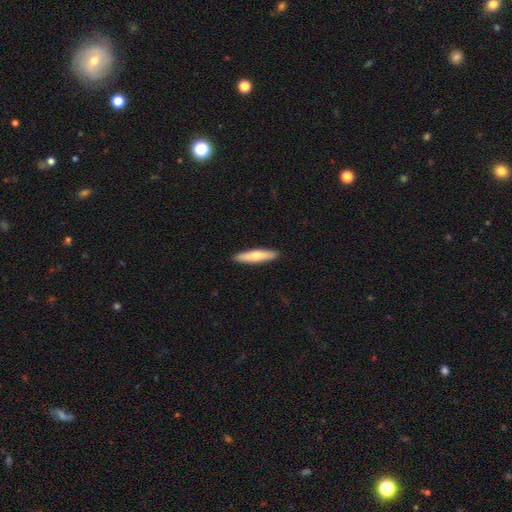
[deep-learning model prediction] The model was most divided on "smooth or featured": smooth: 66%, featured or disk: 29%, star or artifact: 5%. More confident: merging — none (91%); how rounded — cigar-shaped (84%).